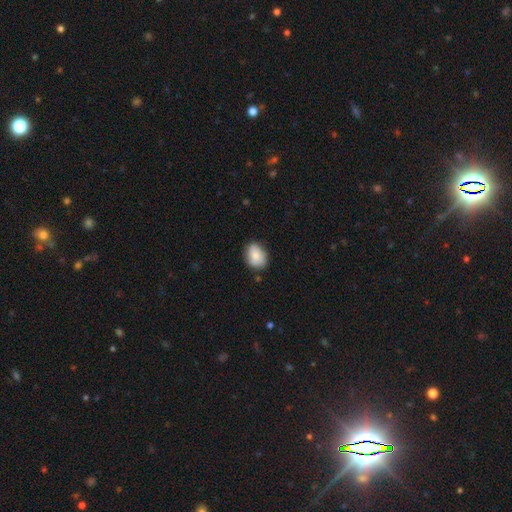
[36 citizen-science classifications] This is clearly a smooth galaxy (86%). How rounded: likely in between (77%). Merging: possibly none (54%).